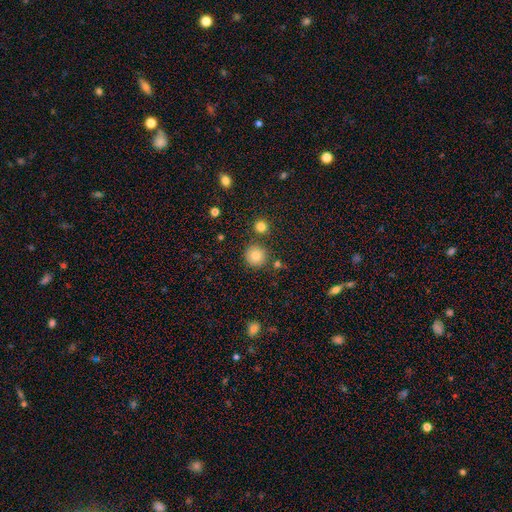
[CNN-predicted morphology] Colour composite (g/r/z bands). It shows a smooth galaxy with no disk features (82%) that is round (95%). Merging: none (85%).